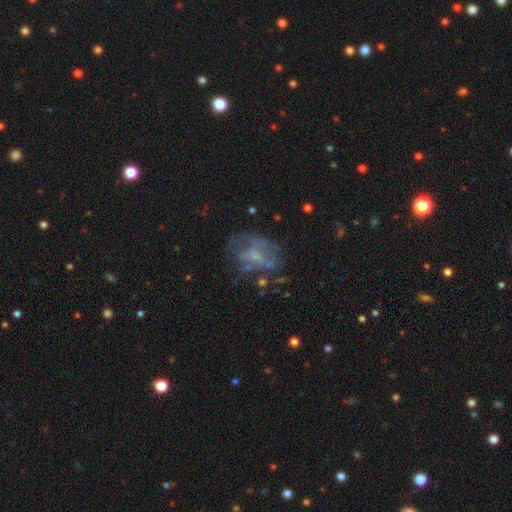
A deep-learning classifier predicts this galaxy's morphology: Smooth or featured?
  - featured or disk: 58% *
  - smooth: 28%
  - star or artifact: 14%
Edge-on disk?
  - no: 96% *
  - yes: 4%
Bar?
  - no: 65% *
  - weak: 28%
  - strong: 7%
Spiral arms?
  - no: 73% *
  - yes: 27%
Bulge size?
  - small: 38% * (tied)
  - none: 38% * (tied)
  - moderate: 21%
  - large: 2%
  - dominant: 1%
Merging?
  - none: 48% *
  - major disturbance: 26%
  - minor disturbance: 21%
  - merger: 6%